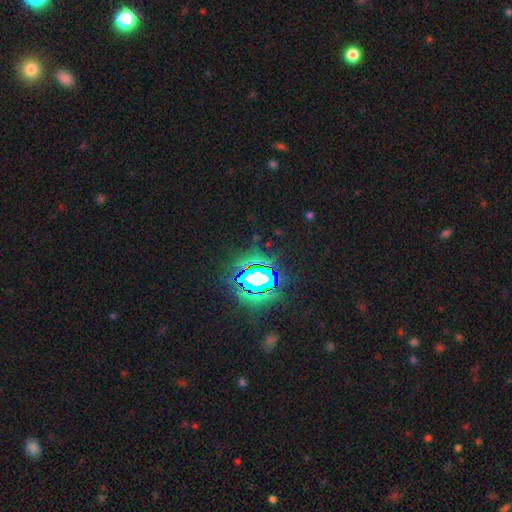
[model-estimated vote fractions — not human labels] smooth_or_featured: star or artifact (p=0.76) [alt: smooth p=0.14]